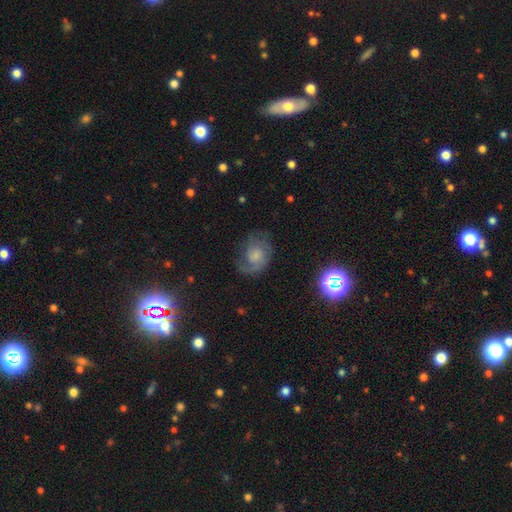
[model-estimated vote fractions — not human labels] This appears to be a featured or disk galaxy (68%) with no bar (66%), 2 (52%) medium (46%) spiral arms (92%) and a small central bulge (40%). Merging: none (63%).